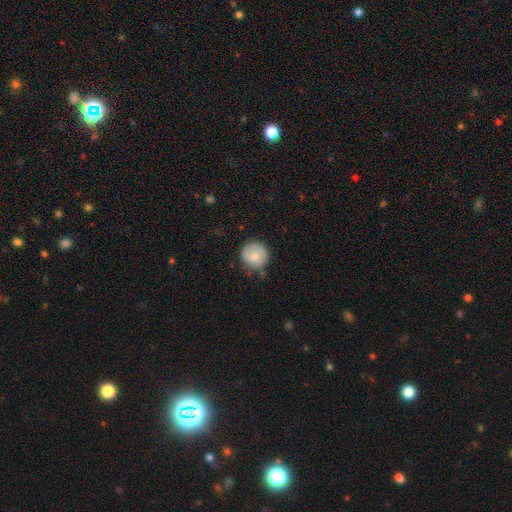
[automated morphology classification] Smooth or featured: smooth — 71% (featured or disk — 22%)
How rounded: round — 92% (in between — 7%)
Merging: none — 67% (minor disturbance — 25%)